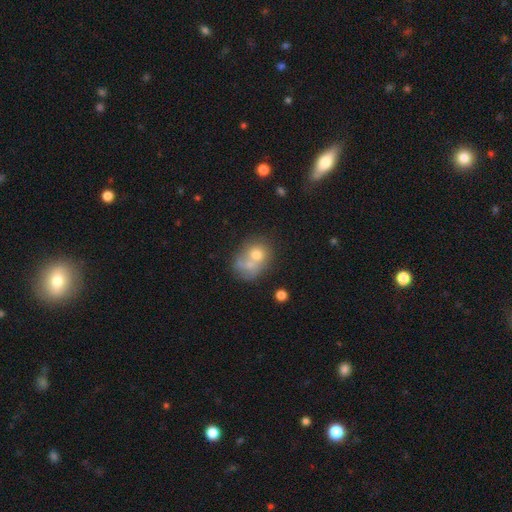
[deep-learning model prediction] Smooth or featured: smooth — 63% (featured or disk — 25%)
How rounded: round — 56% (in between — 43%)
Merging: merger — 52% (none — 28%)